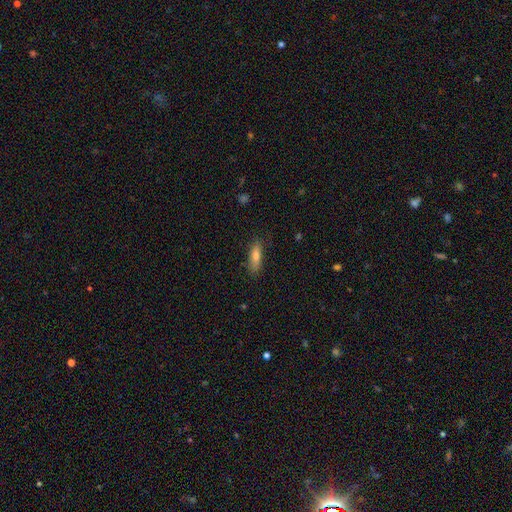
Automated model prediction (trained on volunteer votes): Smooth or featured: smooth — 71% (featured or disk — 20%)
How rounded: cigar-shaped — 59% (in between — 38%)
Merging: none — 82% (minor disturbance — 13%)